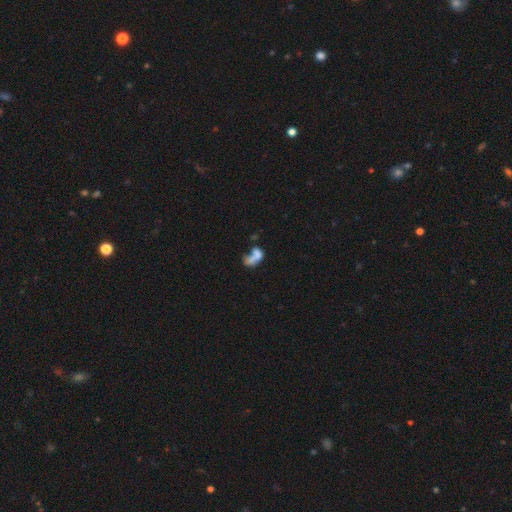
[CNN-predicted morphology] This is likely a smooth galaxy (62%). How rounded: clearly in between (80%). Merging: possibly merger (56%).